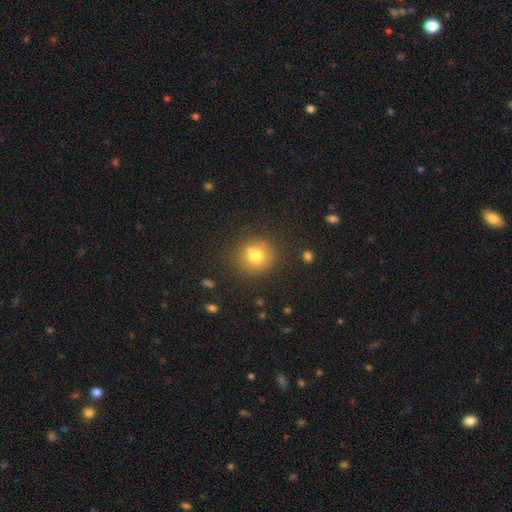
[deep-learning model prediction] Smooth or featured? smooth (73%)
How rounded? round (87%)
Merging? none (75%)